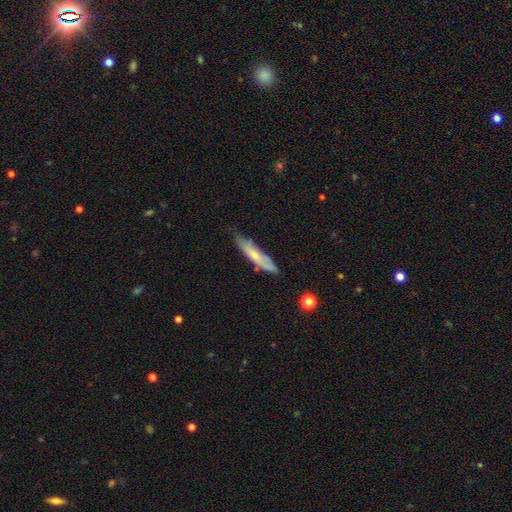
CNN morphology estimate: Smooth or featured?
  - smooth: 58% *
  - featured or disk: 35%
  - star or artifact: 6%
How rounded?
  - cigar-shaped: 84% *
  - in between: 14%
  - round: 2%
Merging?
  - none: 73% *
  - minor disturbance: 21%
  - major disturbance: 4%
  - merger: 2%